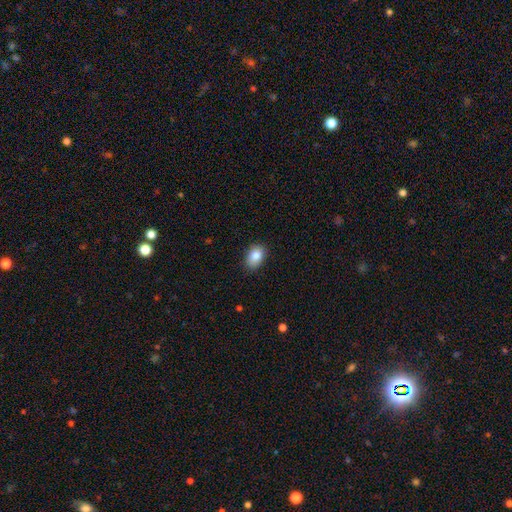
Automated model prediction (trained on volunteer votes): Smooth or featured?
  - smooth: 86% *
  - star or artifact: 8%
  - featured or disk: 7%
How rounded?
  - in between: 85% *
  - round: 13%
  - cigar-shaped: 1%
Merging?
  - none: 83% *
  - minor disturbance: 14%
  - major disturbance: 2%
  - merger: 1%